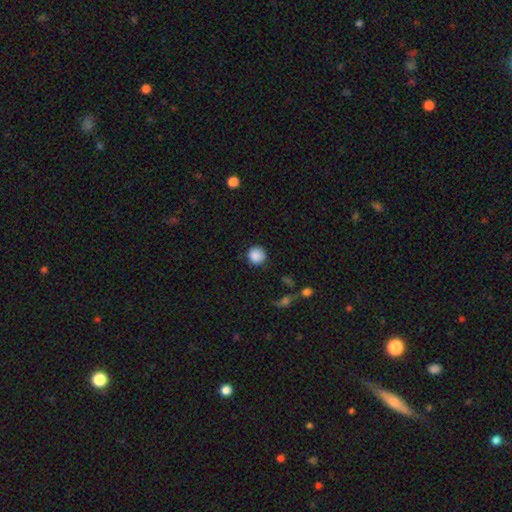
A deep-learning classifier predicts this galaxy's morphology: Smooth or featured? smooth (88%)
How rounded? round (94%)
Merging? none (87%)